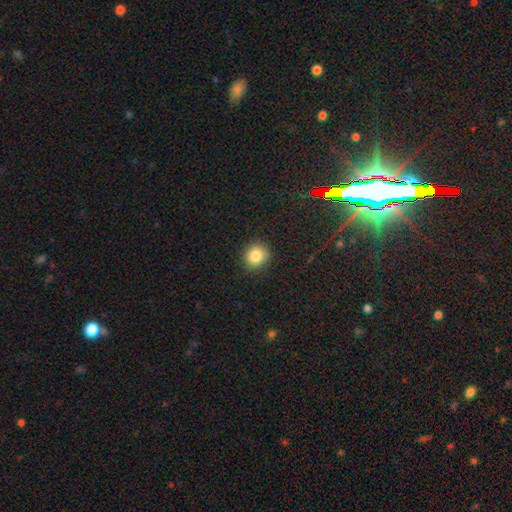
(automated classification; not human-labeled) smooth 84%, star or artifact 10%, featured or disk 5%. Down the decision tree: how rounded — round (82%); merging — none (89%).